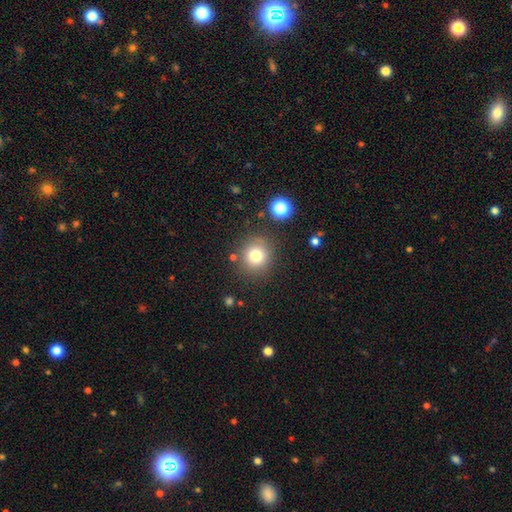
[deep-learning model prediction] This is likely a smooth galaxy (77%). How rounded: clearly round (90%). Merging: clearly none (82%).